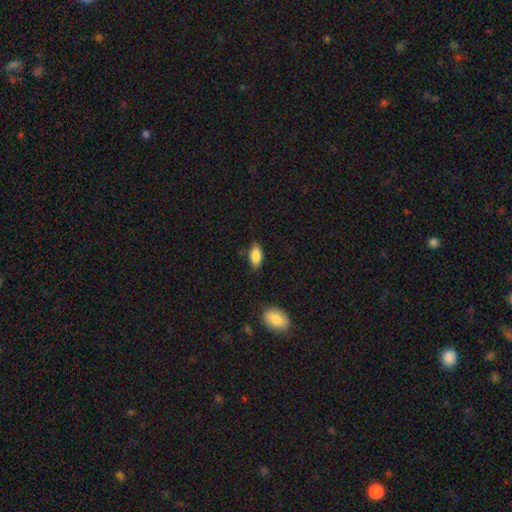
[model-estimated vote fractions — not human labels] smooth-or-featured: smooth: 86% | star or artifact: 7% | featured or disk: 7%
  how-rounded: in between: 89% | cigar-shaped: 7% | round: 3%
  merging: none: 76% | minor disturbance: 19% | major disturbance: 3% | merger: 2%